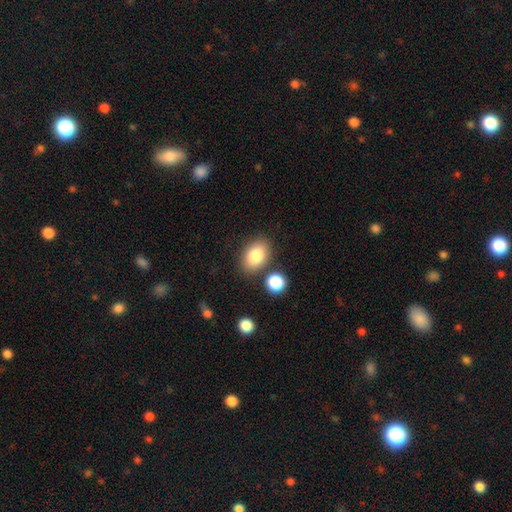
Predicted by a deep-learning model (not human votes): Morphology: type=smooth (83%); roundness=in between (83%); merging=none (79%).